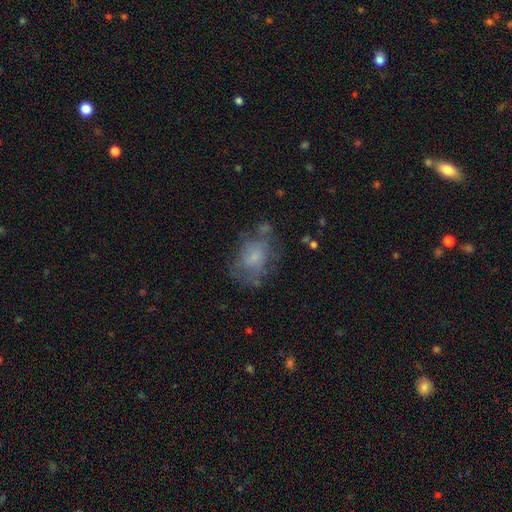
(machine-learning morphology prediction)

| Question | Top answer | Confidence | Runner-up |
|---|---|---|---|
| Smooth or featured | smooth | 49% | featured or disk (39%) |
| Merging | none | 49% | minor disturbance (25%) |